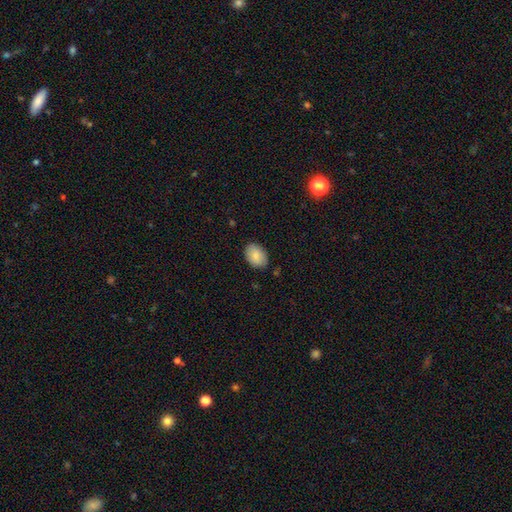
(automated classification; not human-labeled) The model was most divided on "how rounded": in between: 83%, round: 16%, cigar-shaped: 1%. More confident: smooth or featured — smooth (86%); merging — none (85%).